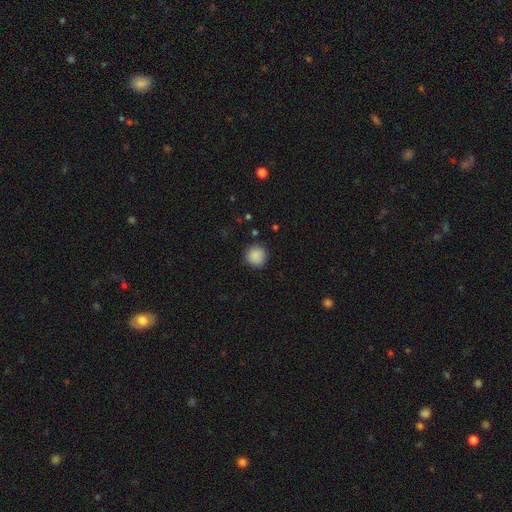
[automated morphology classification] Smooth or featured? smooth (89%)
How rounded? round (94%)
Merging? none (89%)